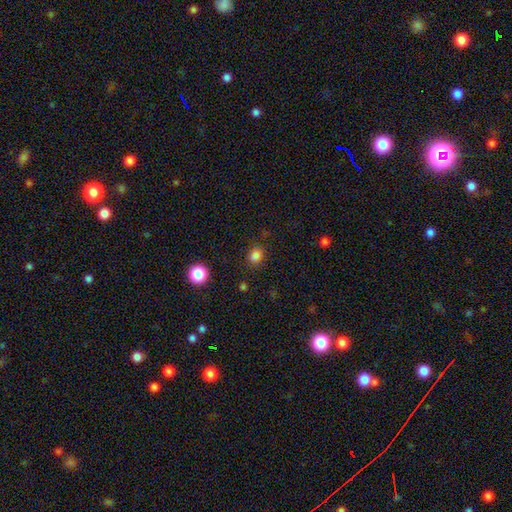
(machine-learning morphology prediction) smooth-or-featured: smooth: 83% | star or artifact: 14% | featured or disk: 3%
  how-rounded: round: 63% | in between: 36% | cigar-shaped: 1%
  merging: none: 83% | minor disturbance: 11% | major disturbance: 4% | merger: 2%